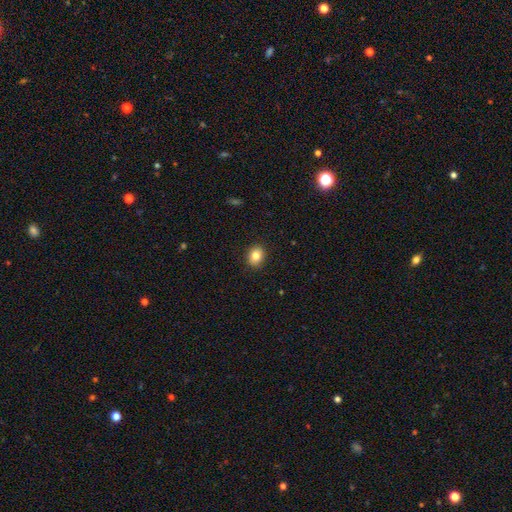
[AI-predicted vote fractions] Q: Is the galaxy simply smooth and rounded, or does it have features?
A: smooth — 84%.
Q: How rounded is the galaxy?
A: round — 56%.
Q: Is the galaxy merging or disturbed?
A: none — 90%.